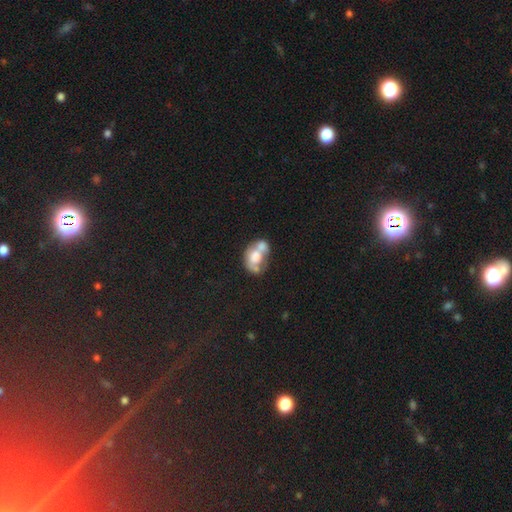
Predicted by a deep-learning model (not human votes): Smooth or featured?
  - smooth: 53% *
  - featured or disk: 37%
  - star or artifact: 9%
How rounded?
  - in between: 74% *
  - round: 24%
  - cigar-shaped: 1%
Merging?
  - merger: 59% *
  - none: 19%
  - minor disturbance: 12%
  - major disturbance: 10%